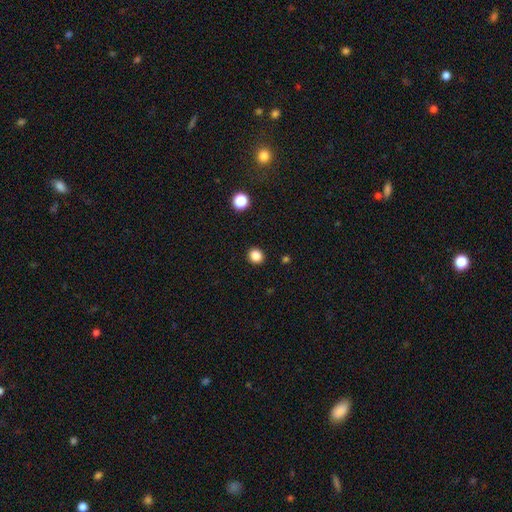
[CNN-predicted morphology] type=smooth (85%); roundness=round (83%); merging=none (92%).